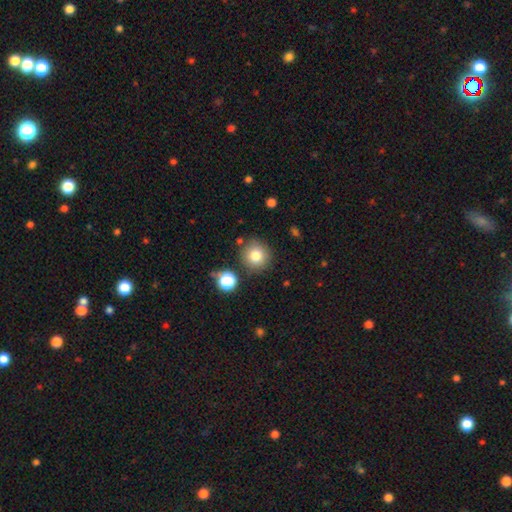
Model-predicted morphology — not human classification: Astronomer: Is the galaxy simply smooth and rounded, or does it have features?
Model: smooth — 80%.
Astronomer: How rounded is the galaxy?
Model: round — 93%.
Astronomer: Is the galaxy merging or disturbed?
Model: none — 83%.